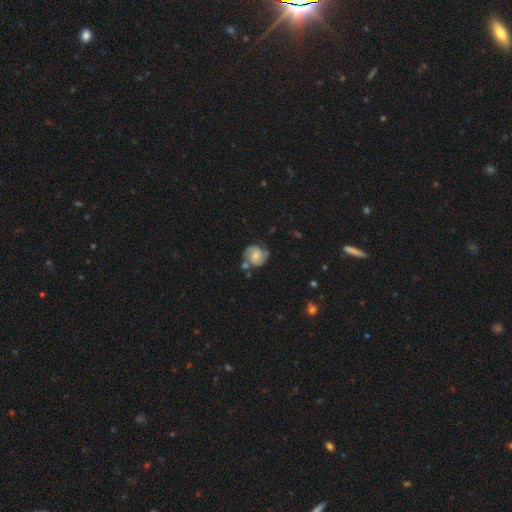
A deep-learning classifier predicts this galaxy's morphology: smooth_or_featured: featured or disk (p=0.70) [alt: smooth p=0.23]
disk_edge_on: no (p=0.98) [alt: yes p=0.02]
bar: no (p=0.67) [alt: weak p=0.28]
has_spiral_arms: yes (p=0.94) [alt: no p=0.06]
spiral_winding: tight (p=0.47) [alt: medium p=0.41]
spiral_arm_count: 2 (p=0.80) [alt: can't tell p=0.09]
bulge_size: small (p=0.45) [alt: moderate p=0.43]
merging: none (p=0.66) [alt: minor disturbance p=0.18]